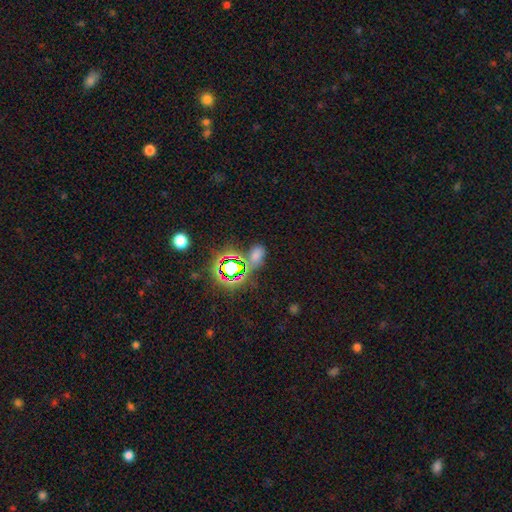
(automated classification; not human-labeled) Overall: smooth (47%; star or artifact 45%). Merging: none (60%).